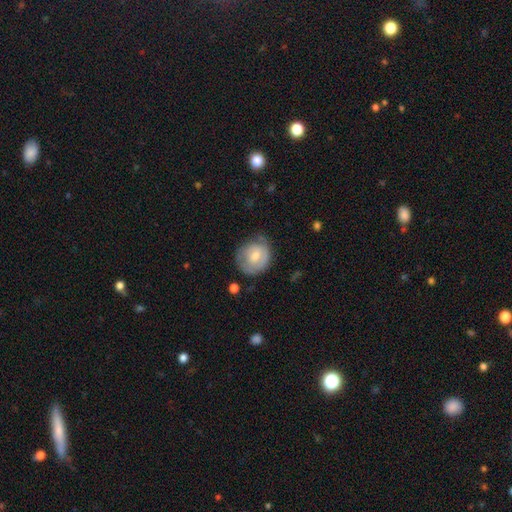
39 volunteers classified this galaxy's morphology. Volunteers were most divided on "smooth or featured": smooth: 51%, featured or disk: 41%, star or artifact: 8%. More confident: how rounded — round (80%); merging — minor disturbance (50%).